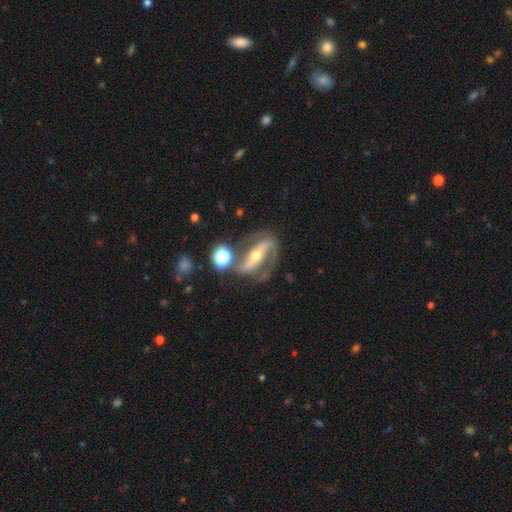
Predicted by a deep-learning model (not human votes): smooth-or-featured: featured or disk: 87% | smooth: 7% | star or artifact: 6%
  disk-edge-on: no: 91% | yes: 9%
    bar: strong: 68% | weak: 16% | no: 16%
    has-spiral-arms: yes: 92% | no: 8%
      spiral-winding: medium: 46% | loose: 29% | tight: 26%
      spiral-arm-count: 2: 86% | 1: 6% | can't tell: 4% | 3: 1% | 4: 1% | more than 4: 1%
    bulge-size: moderate: 50% | small: 45% | large: 2% | none: 1% | dominant: 1%
  merging: none: 67% | minor disturbance: 16% | major disturbance: 10% | merger: 7%